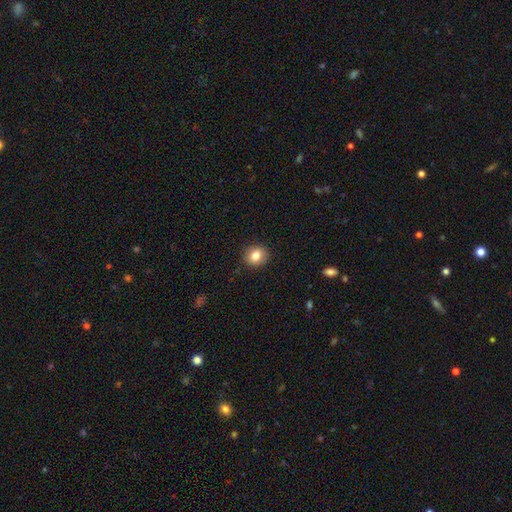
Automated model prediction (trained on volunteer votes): Smooth or featured? Predicted: smooth (p=0.82). How rounded? Predicted: round (p=0.75). Merging? Predicted: none (p=0.89).